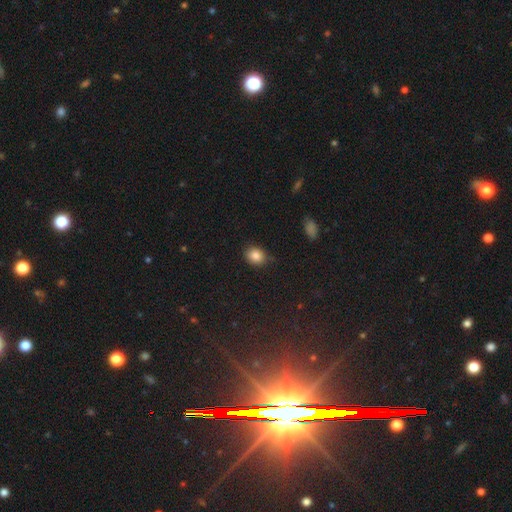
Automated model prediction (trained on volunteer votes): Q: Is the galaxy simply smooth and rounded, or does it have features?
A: smooth — 84%.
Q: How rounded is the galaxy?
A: round — 61%.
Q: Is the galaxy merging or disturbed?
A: none — 76%.